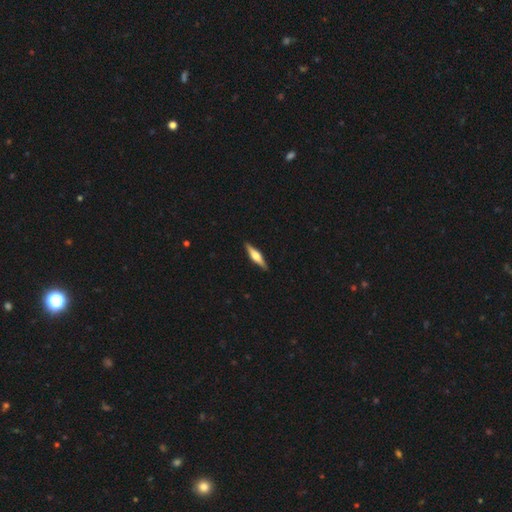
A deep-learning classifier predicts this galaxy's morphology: This appears to be a featured or disk galaxy (67%) viewed edge-on (97%) with a rounded central bulge (91%). Merging: none (91%).